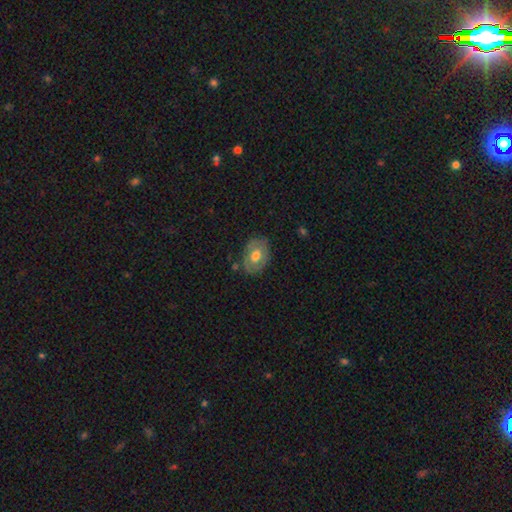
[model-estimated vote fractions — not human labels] smooth 55%, featured or disk 39%, star or artifact 7%. Down the decision tree: how rounded — in between (75%); merging — none (75%).